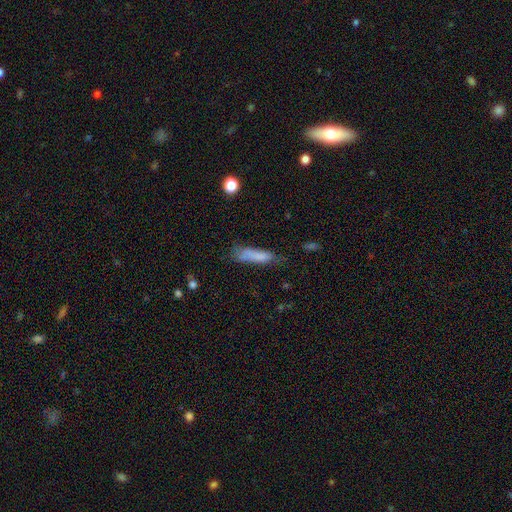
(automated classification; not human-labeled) Morphology: type=smooth (75%); roundness=cigar-shaped (71%); merging=none (48%).